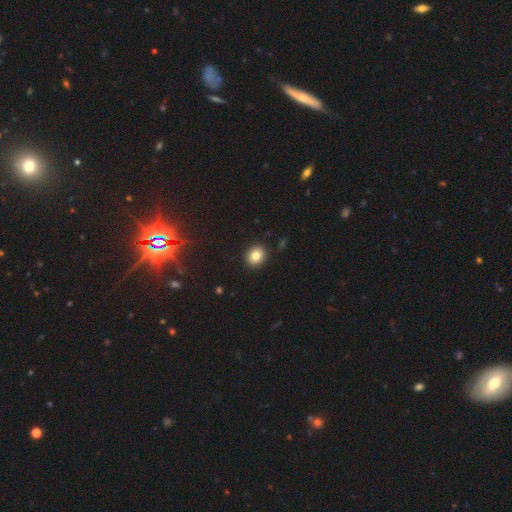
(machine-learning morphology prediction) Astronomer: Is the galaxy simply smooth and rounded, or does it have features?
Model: smooth — 82%.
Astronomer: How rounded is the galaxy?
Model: round — 75%.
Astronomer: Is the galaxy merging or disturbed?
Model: none — 91%.